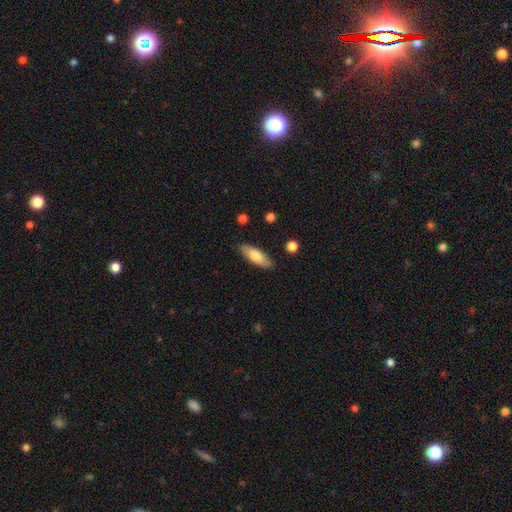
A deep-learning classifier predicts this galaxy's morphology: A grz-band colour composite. It shows a smooth galaxy with no disk features (74%) that is in between round and cigar-shaped (64%). Merging: none (86%).